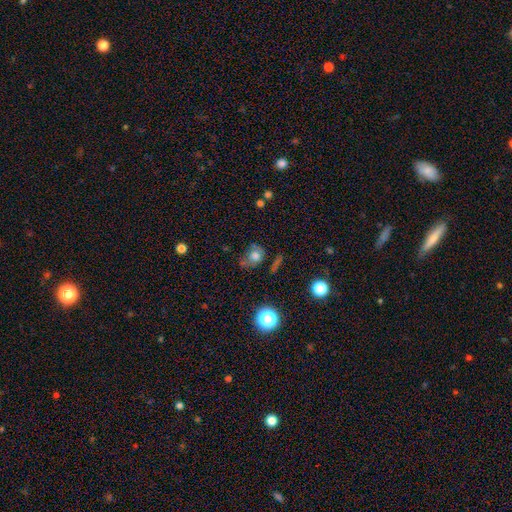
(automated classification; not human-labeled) smooth-or-featured: smooth: 60% | featured or disk: 25% | star or artifact: 15%
  how-rounded: in between: 52% | round: 46% | cigar-shaped: 2%
  merging: none: 47% | minor disturbance: 27% | major disturbance: 22% | merger: 4%